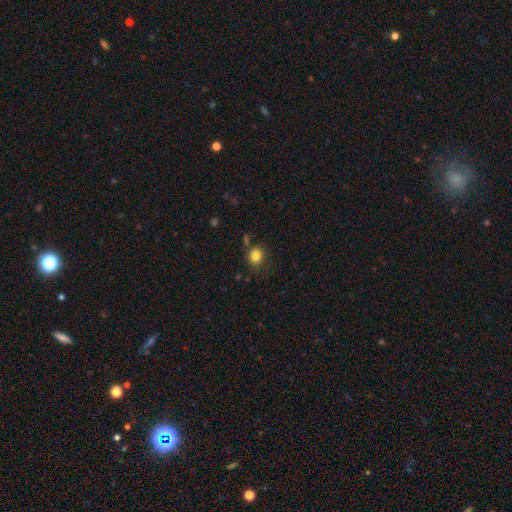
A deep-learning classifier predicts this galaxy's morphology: type=smooth (83%); roundness=round (64%); merging=none (76%).